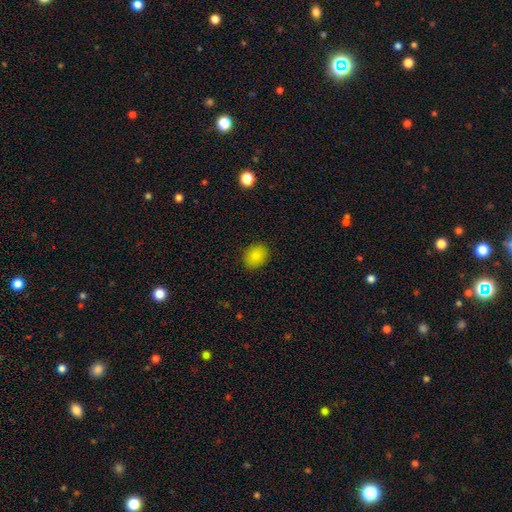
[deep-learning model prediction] Q: Smooth or featured?
A: smooth (86%); runner-up: star or artifact (10%)
Q: How rounded?
A: in between (62%); runner-up: round (37%)
Q: Merging?
A: none (88%); runner-up: minor disturbance (9%)